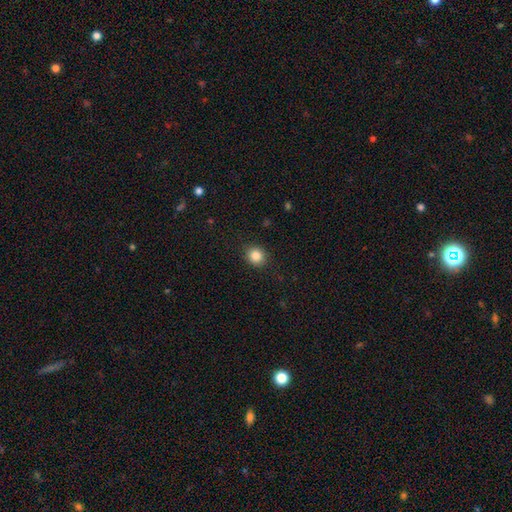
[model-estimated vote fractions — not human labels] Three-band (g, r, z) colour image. It shows a smooth galaxy with no disk features (85%) that is round (83%). Merging: none (90%).